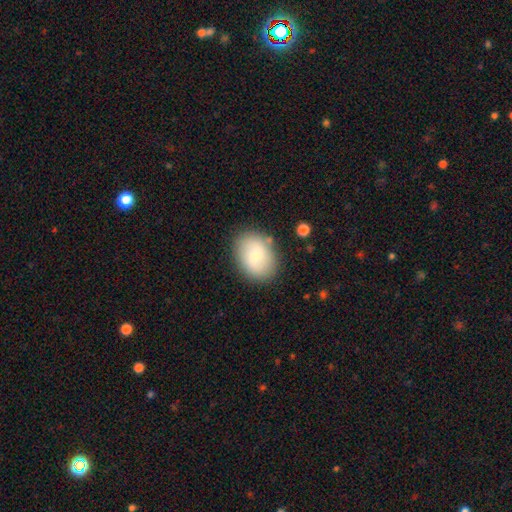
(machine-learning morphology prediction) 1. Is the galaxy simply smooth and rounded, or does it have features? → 63% smooth, 30% featured or disk, 7% star or artifact.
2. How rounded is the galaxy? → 67% in between, 31% round, 1% cigar-shaped.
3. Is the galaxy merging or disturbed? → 82% none, 12% minor disturbance, 3% major disturbance, 3% merger.